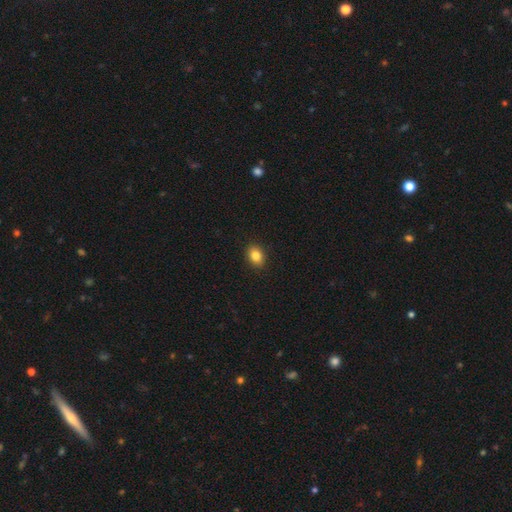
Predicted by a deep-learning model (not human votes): smooth_or_featured: smooth (p=0.85) [alt: star or artifact p=0.09]
how_rounded: in between (p=0.67) [alt: round p=0.32]
merging: none (p=0.90) [alt: minor disturbance p=0.07]